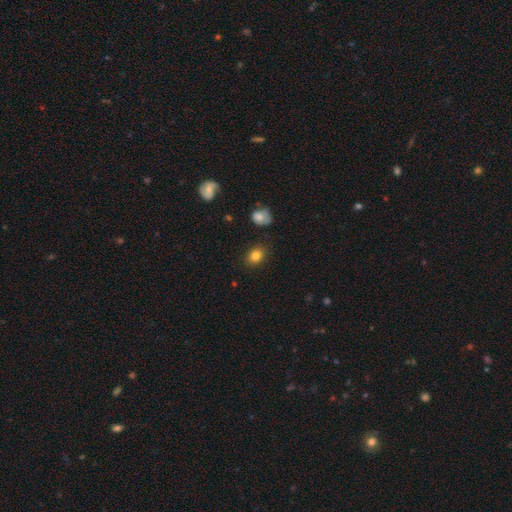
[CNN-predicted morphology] Smooth or featured: smooth — 83% (star or artifact — 10%)
How rounded: in between — 54% (round — 45%)
Merging: none — 85% (minor disturbance — 11%)